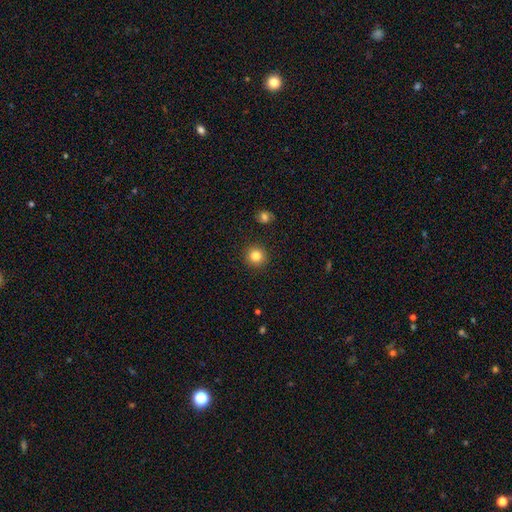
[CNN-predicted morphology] Overall: smooth (83%). How rounded: round (94%). Merging: none (91%).